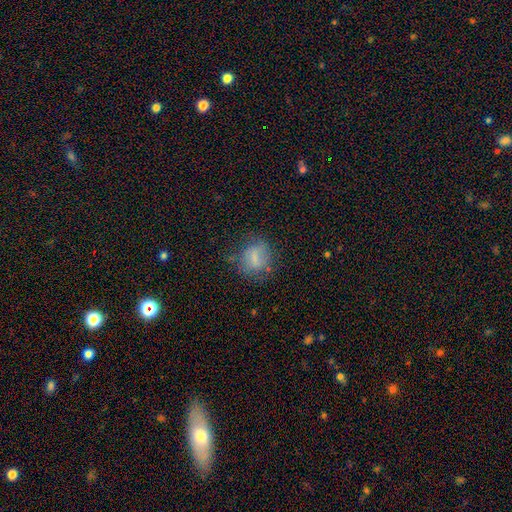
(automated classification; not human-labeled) smooth-or-featured: smooth: 68% | featured or disk: 22% | star or artifact: 11%
  how-rounded: round: 64% | in between: 34% | cigar-shaped: 2%
  merging: none: 66% | minor disturbance: 21% | major disturbance: 10% | merger: 2%